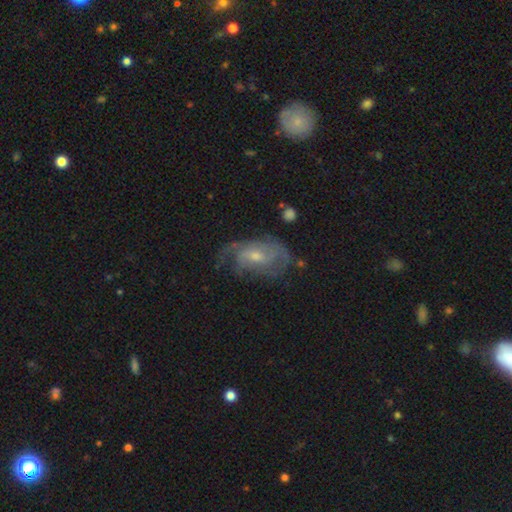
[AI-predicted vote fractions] This appears to be a featured or disk galaxy (77%) with no bar (53%), medium (41%) spiral arms (88%) and a moderate central bulge (48%). Merging: none (55%).